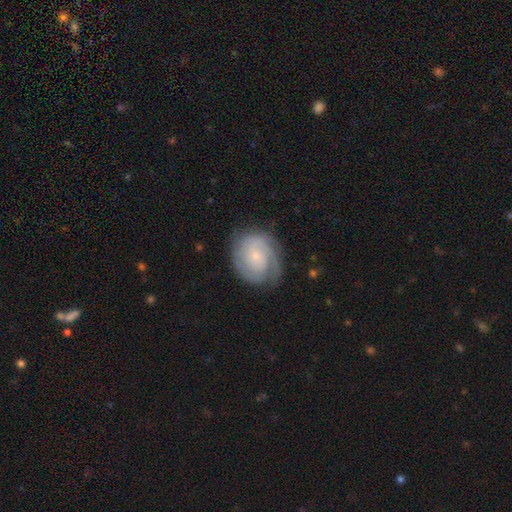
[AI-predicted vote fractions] smooth-or-featured: featured or disk: 74% | smooth: 20% | star or artifact: 6%
  disk-edge-on: no: 98% | yes: 2%
    bar: no: 71% | weak: 24% | strong: 4%
    has-spiral-arms: yes: 94% | no: 6%
      spiral-winding: tight: 63% | medium: 29% | loose: 8%
      spiral-arm-count: 2: 47% | can't tell: 24% | 3: 13% | 1: 9% | 4: 4% | more than 4: 3%
    bulge-size: small: 74% | moderate: 17% | none: 6% | large: 2% | dominant: 1%
  merging: none: 73% | minor disturbance: 18% | major disturbance: 8% | merger: 1%